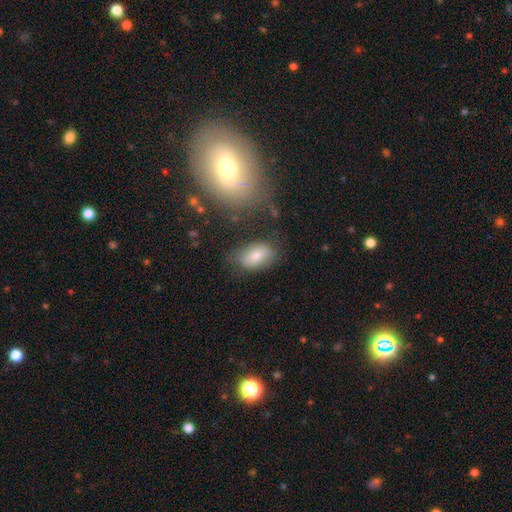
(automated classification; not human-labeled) Smooth or featured? Predicted: smooth (p=0.76). How rounded? Predicted: in between (p=0.91). Merging? Predicted: none (p=0.66).